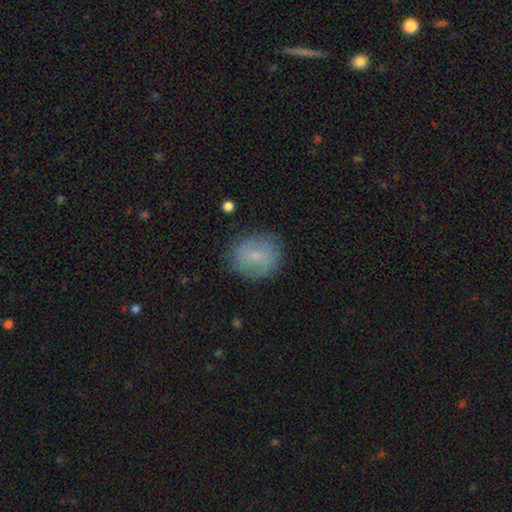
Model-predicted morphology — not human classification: Smooth or featured?
  - smooth: 66% *
  - featured or disk: 25%
  - star or artifact: 8%
How rounded?
  - round: 62% *
  - in between: 36%
  - cigar-shaped: 2%
Merging?
  - none: 82% *
  - minor disturbance: 13%
  - major disturbance: 4%
  - merger: 1%